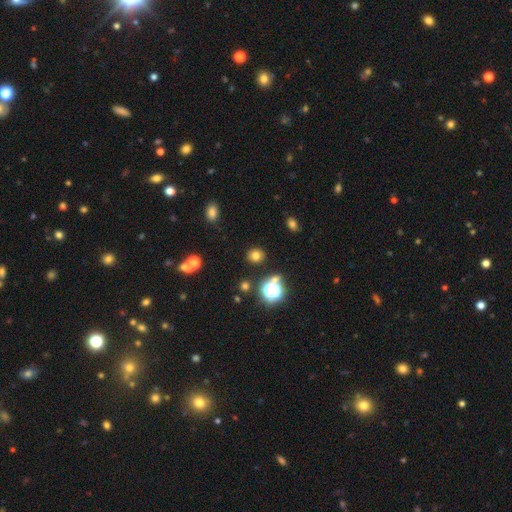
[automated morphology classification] Q: Smooth or featured?
A: smooth (74%); runner-up: star or artifact (19%)
Q: How rounded?
A: round (80%); runner-up: in between (19%)
Q: Merging?
A: none (87%); runner-up: minor disturbance (7%)